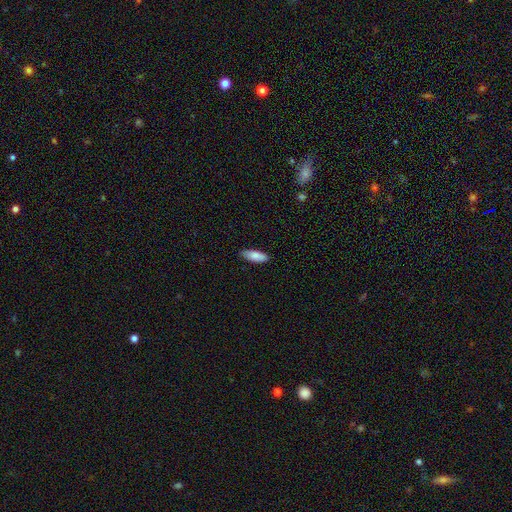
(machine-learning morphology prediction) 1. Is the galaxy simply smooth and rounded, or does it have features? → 84% smooth, 10% featured or disk, 6% star or artifact.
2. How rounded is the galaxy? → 74% in between, 25% cigar-shaped, 2% round.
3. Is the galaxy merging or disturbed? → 85% none, 12% minor disturbance, 2% major disturbance, 1% merger.